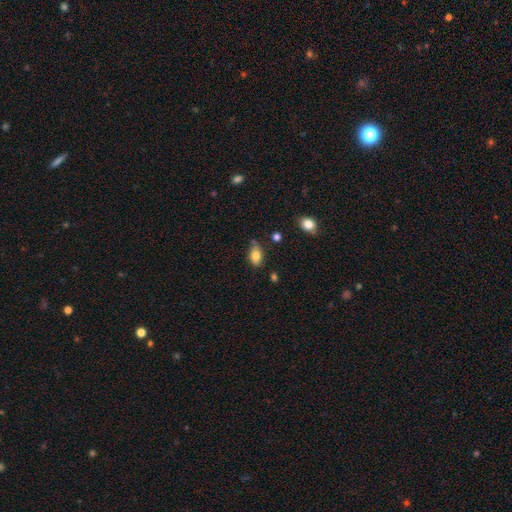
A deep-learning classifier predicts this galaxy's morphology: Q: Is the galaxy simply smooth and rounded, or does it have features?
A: smooth — 82%.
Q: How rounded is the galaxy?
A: in between — 88%.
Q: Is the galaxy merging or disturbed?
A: none — 67%.